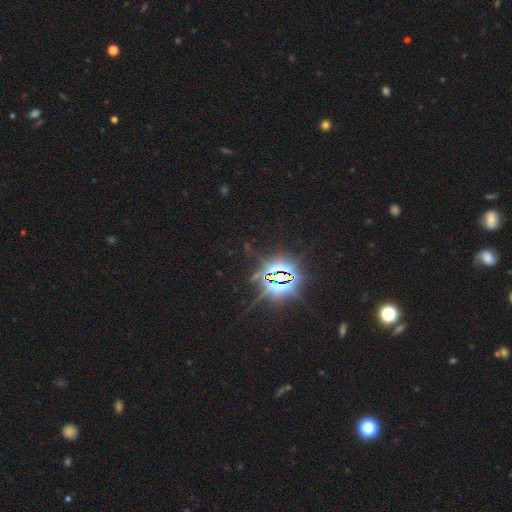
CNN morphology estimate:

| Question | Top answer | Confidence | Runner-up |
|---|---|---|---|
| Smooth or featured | star or artifact | 85% | smooth (9%) |